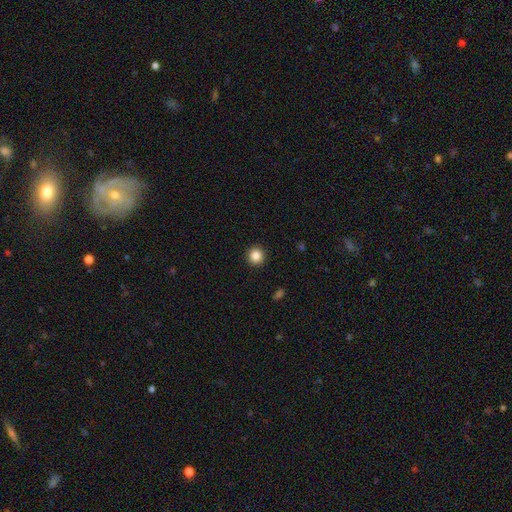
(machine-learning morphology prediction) smooth 85%, star or artifact 11%, featured or disk 4%. Down the decision tree: how rounded — round (95%); merging — none (93%).